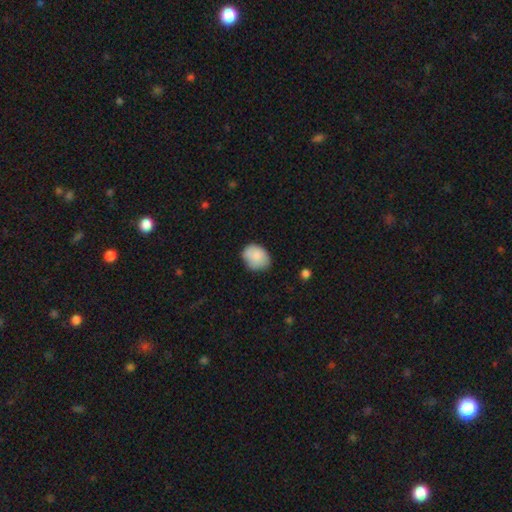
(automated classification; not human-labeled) Smooth or featured? Predicted: smooth (p=0.84). How rounded? Predicted: in between (p=0.60). Merging? Predicted: none (p=0.68).